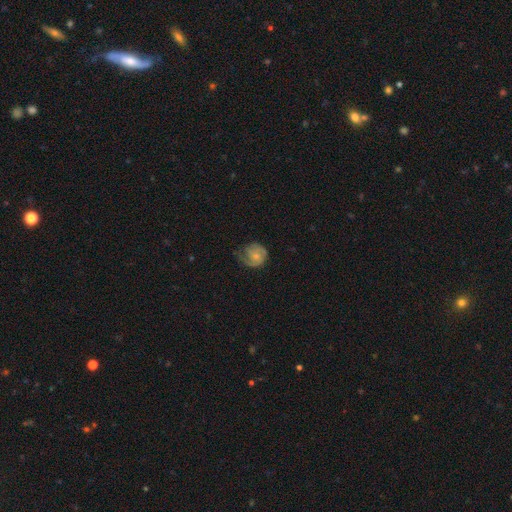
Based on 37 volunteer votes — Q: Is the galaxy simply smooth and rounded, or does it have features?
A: featured or disk — 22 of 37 (59%).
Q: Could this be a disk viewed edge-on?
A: no — 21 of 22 (95%).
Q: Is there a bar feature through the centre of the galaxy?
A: no — 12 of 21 (57%).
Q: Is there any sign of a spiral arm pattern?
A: yes — 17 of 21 (81%).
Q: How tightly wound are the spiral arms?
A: medium — 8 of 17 (47%).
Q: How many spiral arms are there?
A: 2 — 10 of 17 (59%).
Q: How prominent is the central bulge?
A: small — 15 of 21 (71%).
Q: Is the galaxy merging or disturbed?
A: none — 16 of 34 (47%).